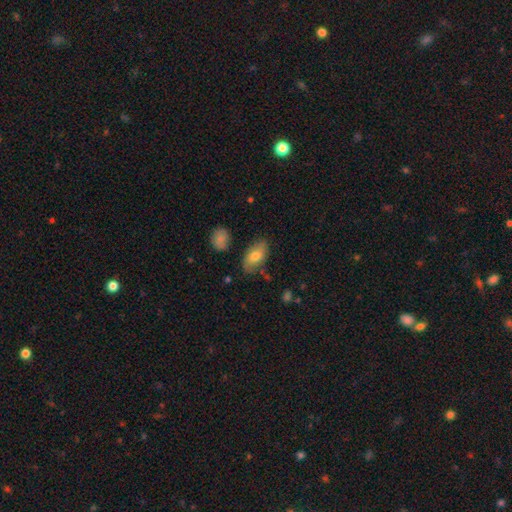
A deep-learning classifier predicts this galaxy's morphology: smooth_or_featured: smooth (p=0.71) [alt: featured or disk p=0.22]
how_rounded: in between (p=0.92) [alt: round p=0.05]
merging: none (p=0.72) [alt: minor disturbance p=0.20]